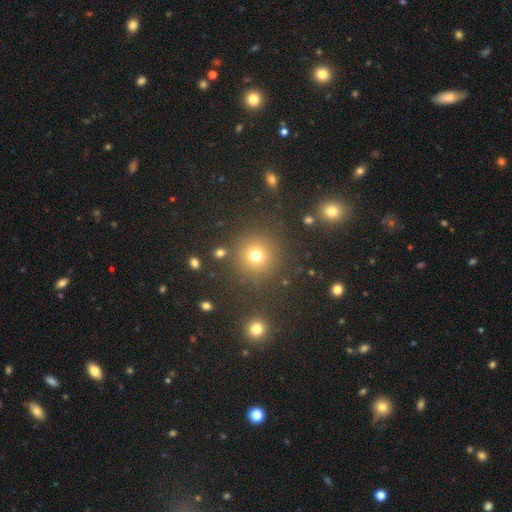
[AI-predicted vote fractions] A smooth galaxy with no disk features (72%) that is round (93%).

Vote fractions:
- Smooth or featured? smooth: 72% / star or artifact: 21% / featured or disk: 7%
- How rounded? round: 93% / in between: 6% / cigar-shaped: 1%
- Merging? none: 86% / minor disturbance: 7% / merger: 4% / major disturbance: 4%